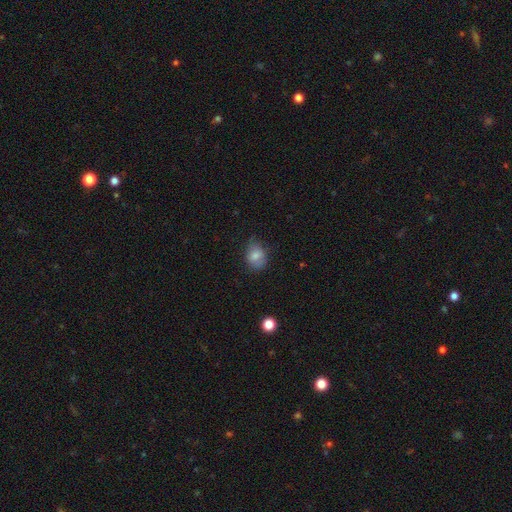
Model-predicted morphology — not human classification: Smooth or featured: smooth — 77% (featured or disk — 14%)
How rounded: in between — 61% (round — 38%)
Merging: none — 63% (minor disturbance — 27%)